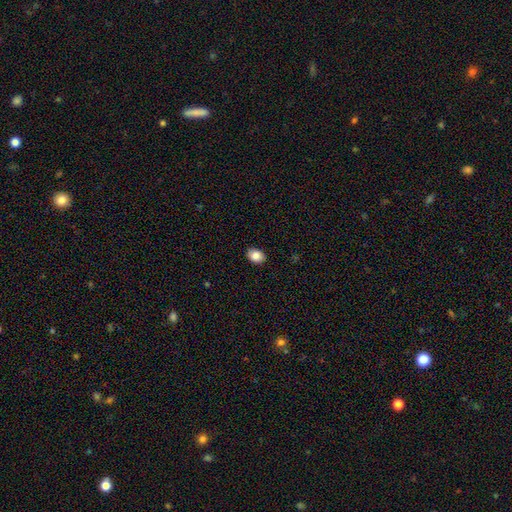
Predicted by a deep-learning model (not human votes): smooth-or-featured: smooth: 85% | star or artifact: 8% | featured or disk: 6%
  how-rounded: in between: 71% | round: 28% | cigar-shaped: 1%
  merging: none: 89% | minor disturbance: 8% | major disturbance: 2% | merger: 1%